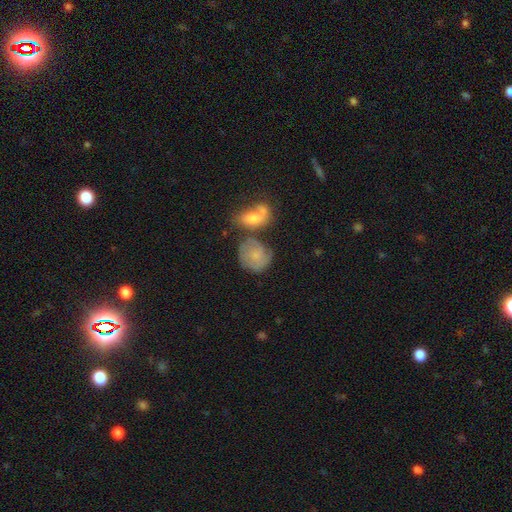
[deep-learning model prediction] This is possibly a smooth galaxy (51%). How rounded: likely round (65%). Merging: marginally none (41%).